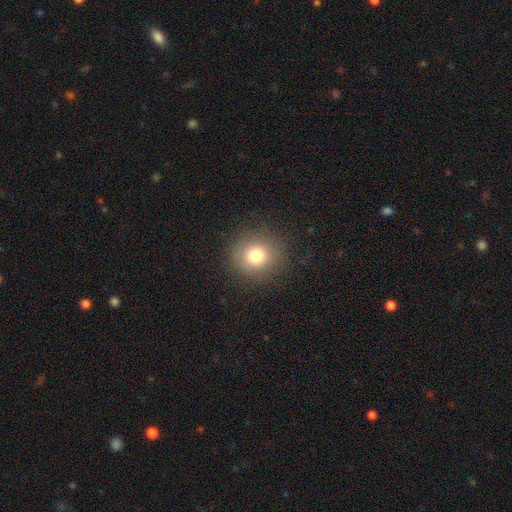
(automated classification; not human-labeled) smooth_or_featured: smooth (p=0.78) [alt: star or artifact p=0.12]
how_rounded: round (p=0.90) [alt: in between p=0.09]
merging: none (p=0.86) [alt: minor disturbance p=0.09]